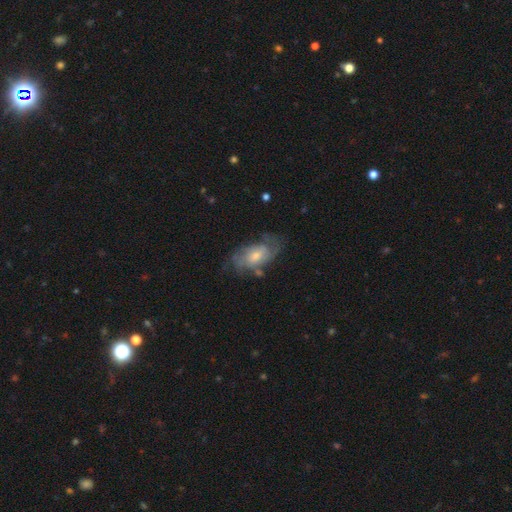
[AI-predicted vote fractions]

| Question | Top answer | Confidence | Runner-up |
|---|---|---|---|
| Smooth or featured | featured or disk | 59% | smooth (34%) |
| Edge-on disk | no | 93% | yes (7%) |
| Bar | no | 62% | weak (33%) |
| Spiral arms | yes | 75% | no (25%) |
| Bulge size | moderate | 53% | small (31%) |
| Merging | none | 52% | minor disturbance (27%) |